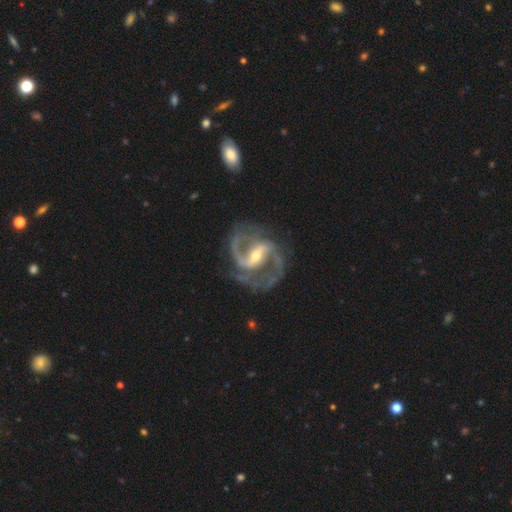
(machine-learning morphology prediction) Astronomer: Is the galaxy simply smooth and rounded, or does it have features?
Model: featured or disk — 93%.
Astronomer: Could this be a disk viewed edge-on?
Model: no — 98%.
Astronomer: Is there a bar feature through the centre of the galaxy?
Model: strong — 51% (runner-up: weak, 37%).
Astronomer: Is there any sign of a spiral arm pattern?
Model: yes — 98%.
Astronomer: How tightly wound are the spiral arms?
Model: medium — 64%.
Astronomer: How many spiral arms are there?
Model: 2 — 87%.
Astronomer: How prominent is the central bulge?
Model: moderate — 50% (runner-up: small, 46%).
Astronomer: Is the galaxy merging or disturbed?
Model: none — 74%.